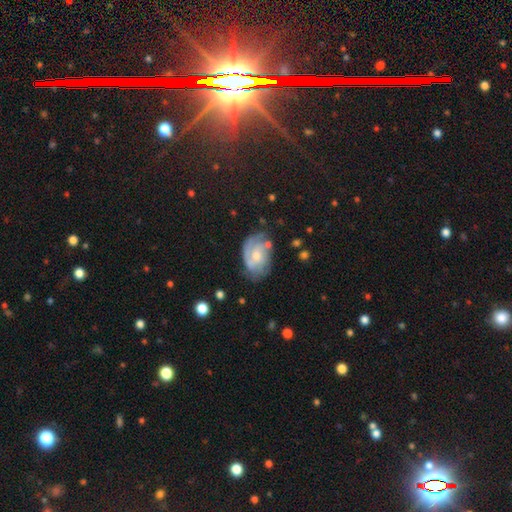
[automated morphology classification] The model was most divided on "spiral arm count": 2: 37%, can't tell: 36%, 3: 12%, 1: 9%, 4: 3%, more than 4: 3%. Remaining: edge-on disk — no (97%); spiral arms — yes (82%); smooth or featured — featured or disk (68%); bar — no (64%); merging — none (55%); bulge size — moderate (51%); spiral winding — tight (48%).